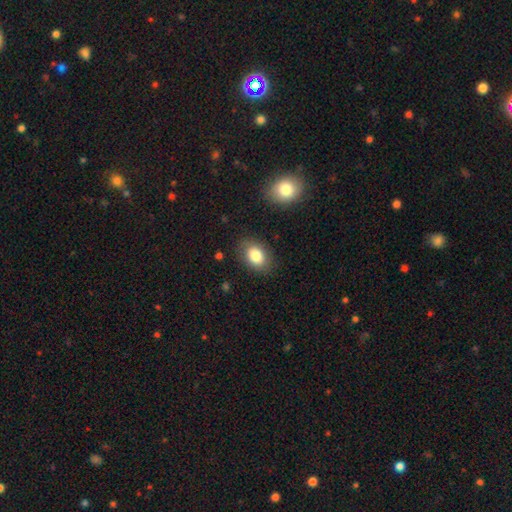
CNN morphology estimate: smooth_or_featured: smooth (p=0.82) [alt: featured or disk p=0.09]
how_rounded: in between (p=0.77) [alt: round p=0.21]
merging: none (p=0.82) [alt: minor disturbance p=0.13]